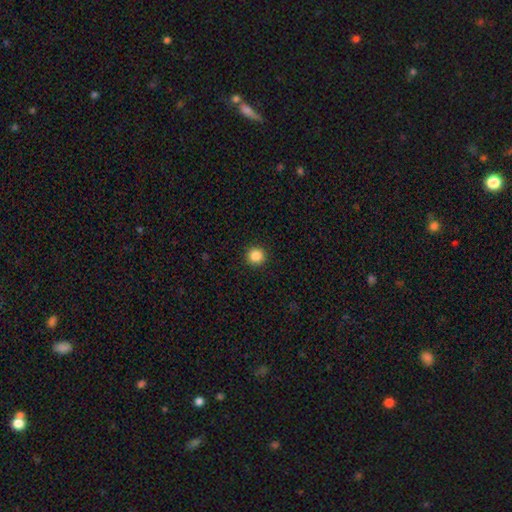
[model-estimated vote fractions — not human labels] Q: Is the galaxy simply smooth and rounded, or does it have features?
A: smooth — 86%.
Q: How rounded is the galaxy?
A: round — 95%.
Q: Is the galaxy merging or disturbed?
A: none — 93%.